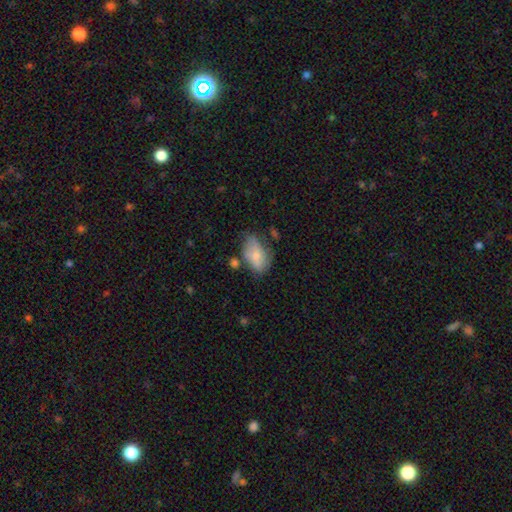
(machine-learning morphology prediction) Smooth or featured?
  - smooth: 69% *
  - featured or disk: 23%
  - star or artifact: 7%
How rounded?
  - in between: 89% *
  - round: 9%
  - cigar-shaped: 2%
Merging?
  - none: 45% *
  - minor disturbance: 34%
  - major disturbance: 13%
  - merger: 9%